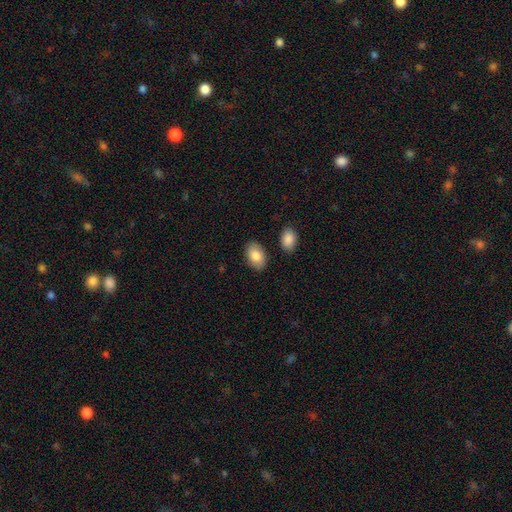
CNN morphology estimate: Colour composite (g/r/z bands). It shows a smooth galaxy with no disk features (84%) that is in between round and cigar-shaped (92%). Merging: none (85%).